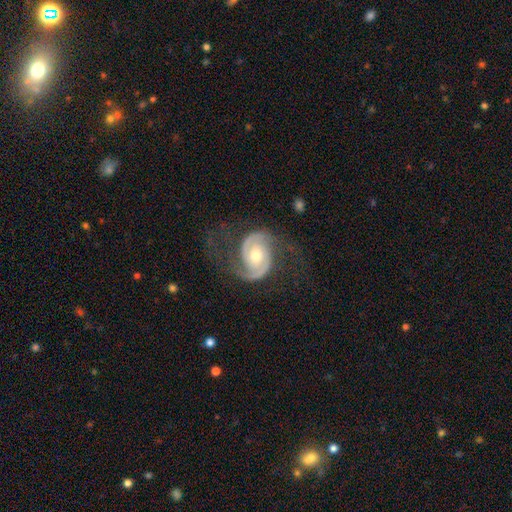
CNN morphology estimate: Smooth or featured: featured or disk — 92% (smooth — 4%)
Edge-on disk: no — 98% (yes — 2%)
Bar: no — 62% (weak — 30%)
Spiral arms: yes — 98% (no — 2%)
Spiral winding: medium — 51% (tight — 34%)
Spiral arm count: 2 — 92% (can't tell — 2%)
Bulge size: moderate — 66% (small — 28%)
Merging: none — 67% (minor disturbance — 18%)